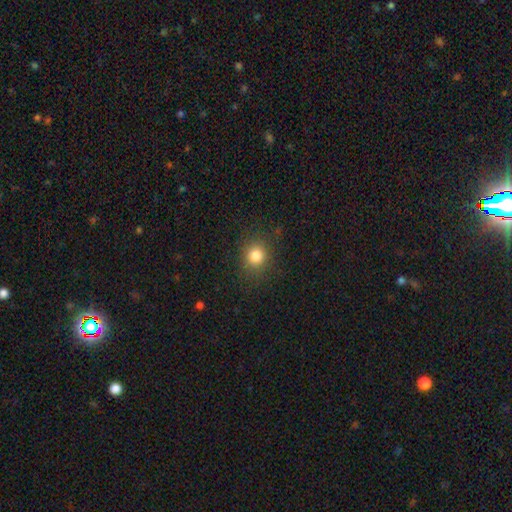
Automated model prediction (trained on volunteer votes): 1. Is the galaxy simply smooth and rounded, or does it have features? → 82% smooth, 12% star or artifact, 5% featured or disk.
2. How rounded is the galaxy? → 84% round, 15% in between, 1% cigar-shaped.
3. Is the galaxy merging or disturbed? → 86% none, 9% minor disturbance, 4% major disturbance, 1% merger.